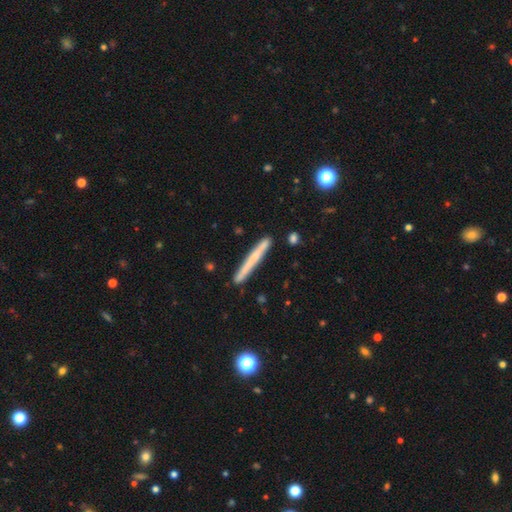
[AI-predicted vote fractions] A smooth galaxy with no disk features (51%) that is cigar-shaped (97%). Merging: none (85%).